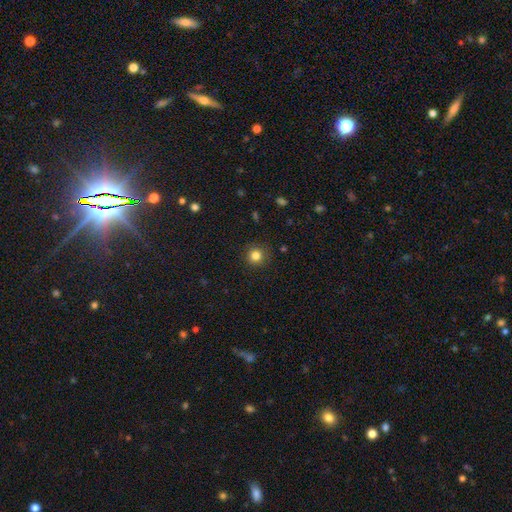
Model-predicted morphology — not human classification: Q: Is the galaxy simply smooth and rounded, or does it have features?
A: smooth — 82%.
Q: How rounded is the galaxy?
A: round — 94%.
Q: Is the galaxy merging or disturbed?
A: none — 90%.